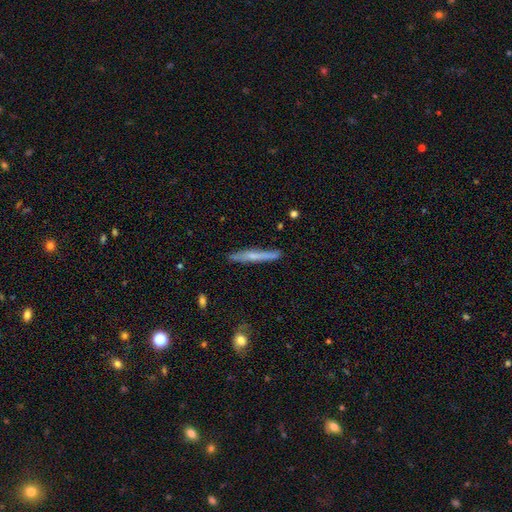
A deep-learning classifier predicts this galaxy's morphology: smooth 47%, featured or disk 46%, star or artifact 7%. Down the decision tree: merging — none (85%).